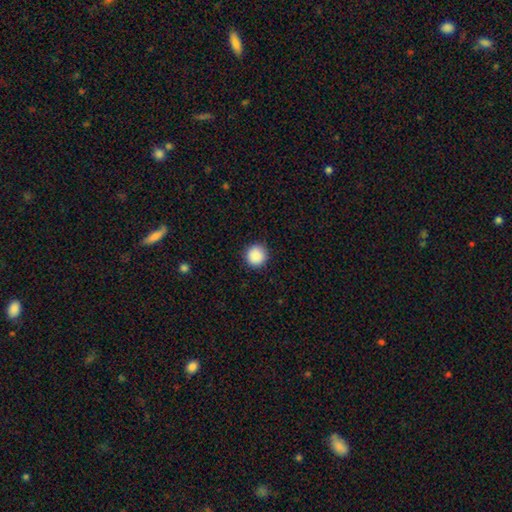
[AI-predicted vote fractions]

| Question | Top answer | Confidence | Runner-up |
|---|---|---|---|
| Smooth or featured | smooth | 89% | star or artifact (8%) |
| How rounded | round | 95% | in between (4%) |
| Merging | none | 90% | minor disturbance (7%) |